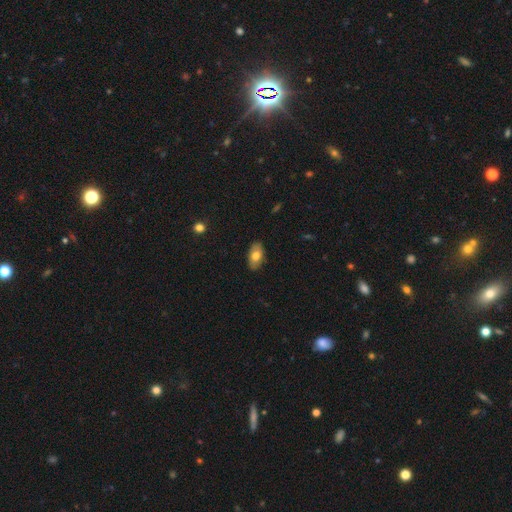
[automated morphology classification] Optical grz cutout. It shows a smooth galaxy with no disk features (71%) that is in between round and cigar-shaped (93%). Merging: none (86%).